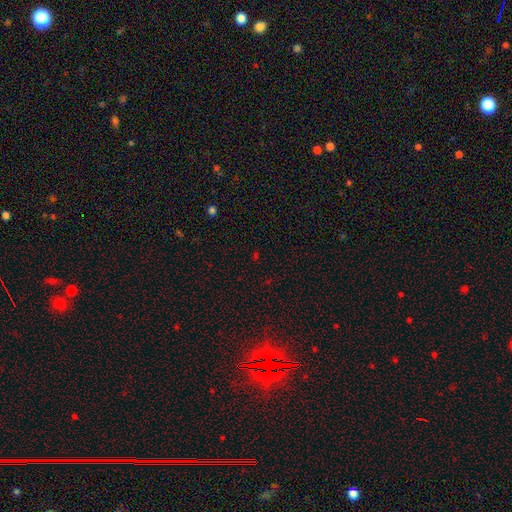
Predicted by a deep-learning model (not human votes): Smooth or featured? Predicted: star or artifact (p=0.61).